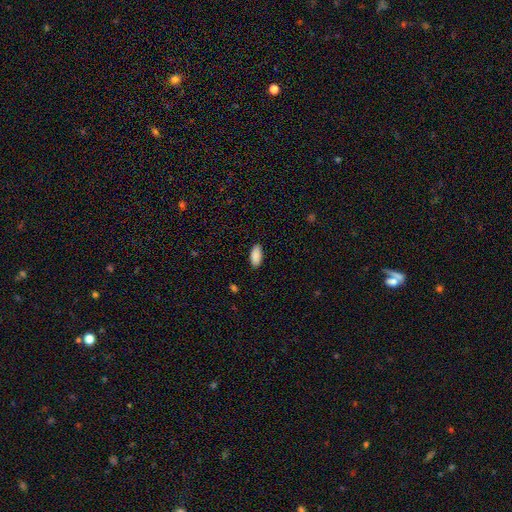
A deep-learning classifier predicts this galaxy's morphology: A smooth galaxy with no disk features (90%) that is in between round and cigar-shaped (90%). Merging: none (88%).